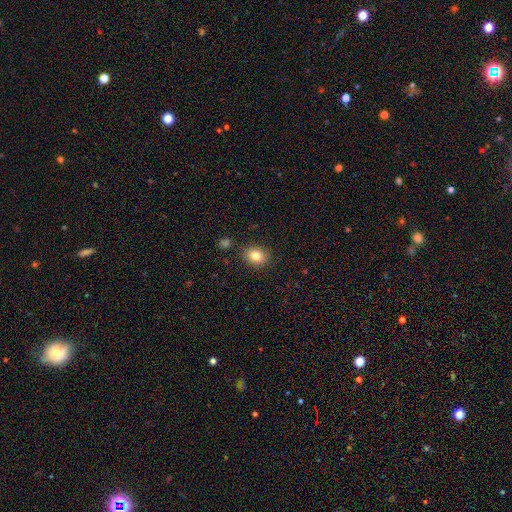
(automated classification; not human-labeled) smooth_or_featured: smooth (p=0.83) [alt: star or artifact p=0.10]
how_rounded: round (p=0.52) [alt: in between p=0.47]
merging: none (p=0.86) [alt: minor disturbance p=0.09]